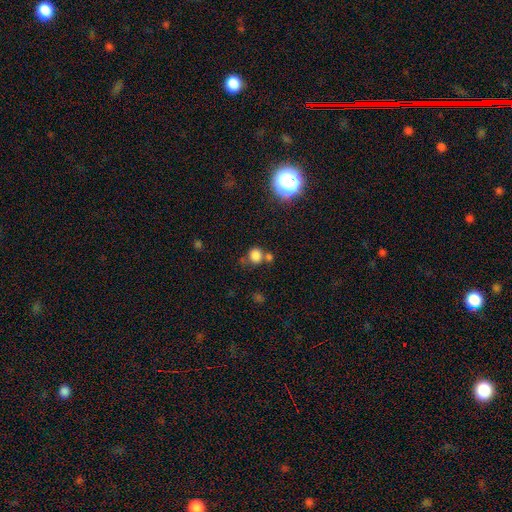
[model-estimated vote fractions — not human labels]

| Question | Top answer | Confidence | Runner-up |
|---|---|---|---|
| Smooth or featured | smooth | 79% | star or artifact (15%) |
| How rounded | round | 80% | in between (19%) |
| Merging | none | 57% | merger (24%) |